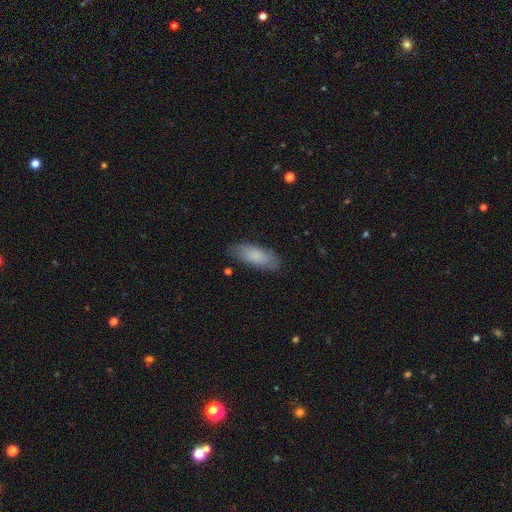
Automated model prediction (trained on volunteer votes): This is clearly a smooth galaxy (80%). How rounded: likely in between (75%). Merging: clearly none (80%).